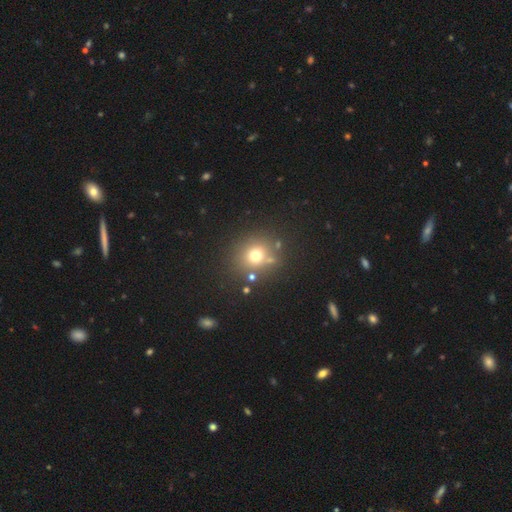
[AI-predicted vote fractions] Smooth or featured?
  - smooth: 69% *
  - star or artifact: 20%
  - featured or disk: 11%
How rounded?
  - round: 83% *
  - in between: 16%
  - cigar-shaped: 1%
Merging?
  - none: 77% *
  - minor disturbance: 10%
  - merger: 8%
  - major disturbance: 4%